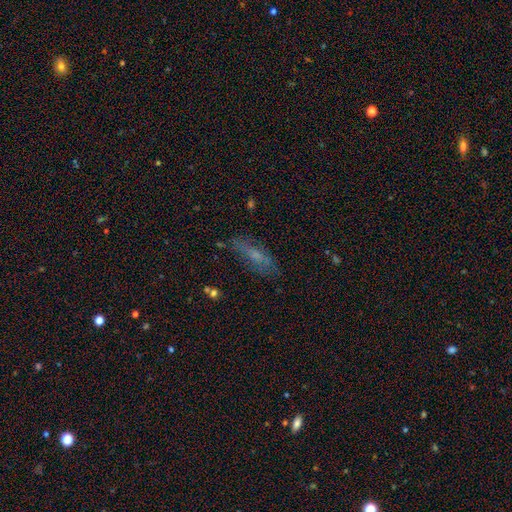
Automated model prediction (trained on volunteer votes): Overall: smooth (46%; featured or disk 40%). Merging: none (74%).